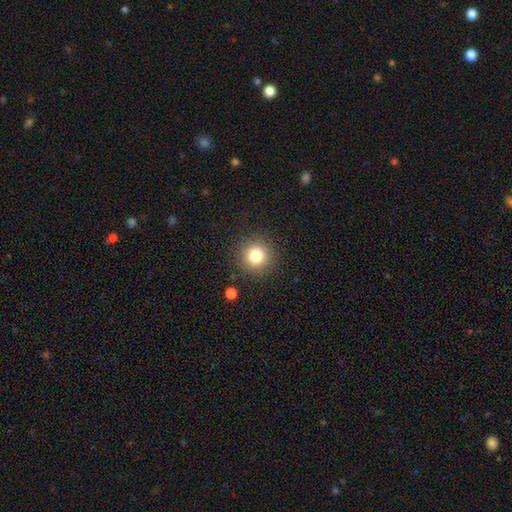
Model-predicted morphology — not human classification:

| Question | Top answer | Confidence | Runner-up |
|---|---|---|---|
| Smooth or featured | smooth | 81% | star or artifact (12%) |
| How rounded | round | 95% | in between (4%) |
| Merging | none | 88% | minor disturbance (7%) |